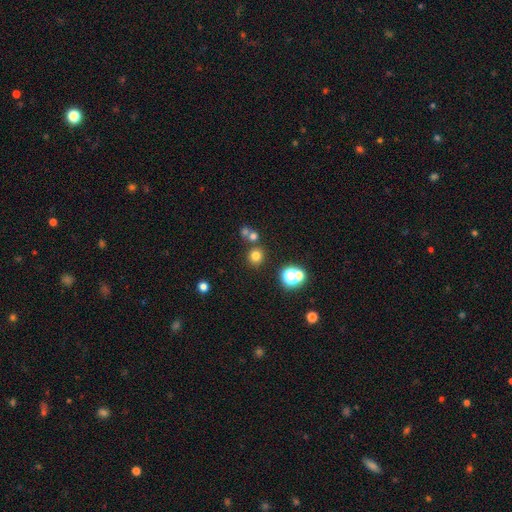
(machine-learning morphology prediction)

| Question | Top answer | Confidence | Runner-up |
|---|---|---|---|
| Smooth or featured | smooth | 72% | star or artifact (21%) |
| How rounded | round | 90% | in between (9%) |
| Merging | none | 75% | merger (15%) |